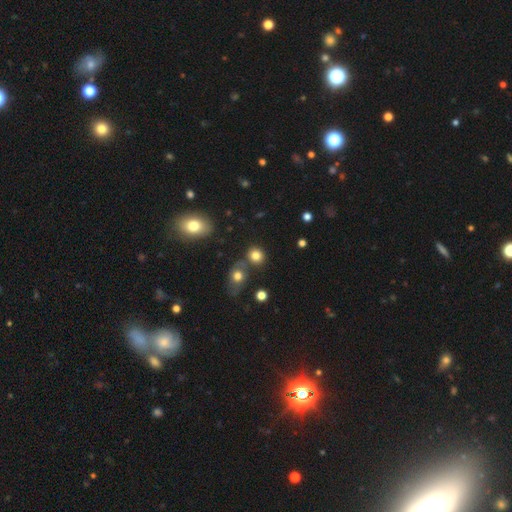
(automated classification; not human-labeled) smooth_or_featured: smooth (p=0.81) [alt: star or artifact p=0.12]
how_rounded: round (p=0.81) [alt: in between p=0.18]
merging: none (p=0.70) [alt: merger p=0.16]